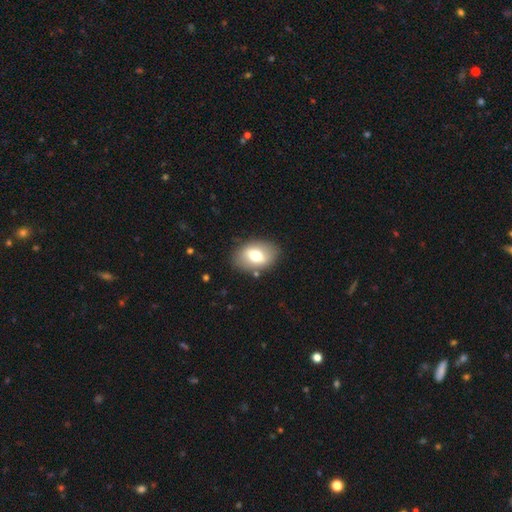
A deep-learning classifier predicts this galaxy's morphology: This is likely a smooth galaxy (64%). How rounded: clearly in between (81%). Merging: clearly none (84%).